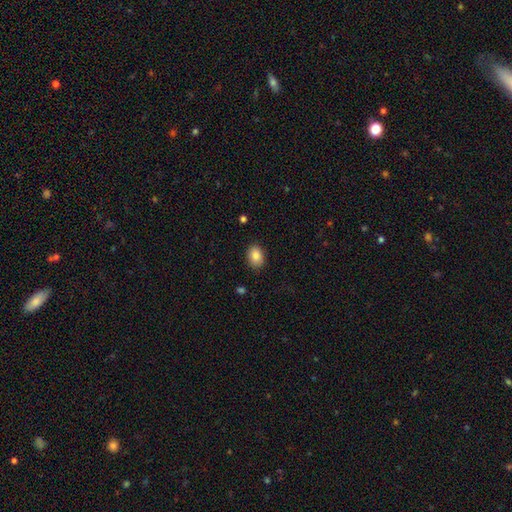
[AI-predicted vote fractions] Smooth or featured?
  - smooth: 87% *
  - star or artifact: 8%
  - featured or disk: 5%
How rounded?
  - in between: 72% *
  - round: 27%
  - cigar-shaped: 1%
Merging?
  - none: 88% *
  - minor disturbance: 9%
  - major disturbance: 2%
  - merger: 1%